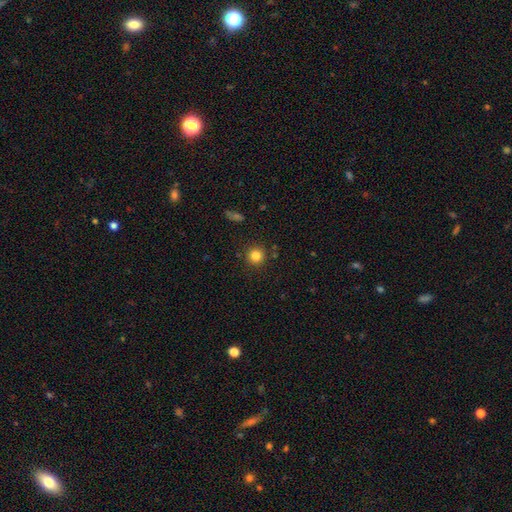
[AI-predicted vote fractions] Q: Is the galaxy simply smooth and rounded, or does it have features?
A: smooth — 82%.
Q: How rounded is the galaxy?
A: round — 94%.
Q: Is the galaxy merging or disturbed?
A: none — 88%.